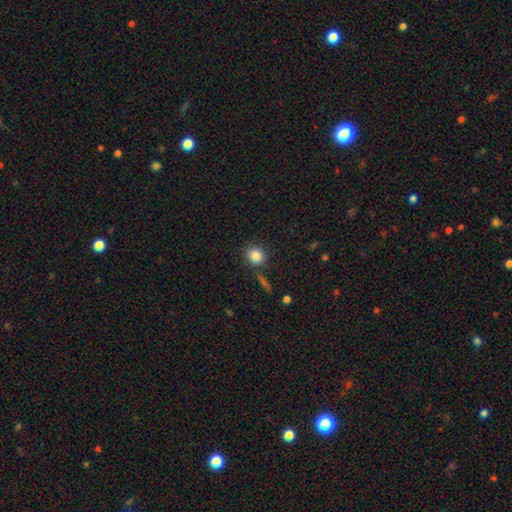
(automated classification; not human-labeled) Smooth or featured?
  - smooth: 85% *
  - star or artifact: 10%
  - featured or disk: 6%
How rounded?
  - round: 83% *
  - in between: 16%
  - cigar-shaped: 1%
Merging?
  - none: 81% *
  - minor disturbance: 9%
  - merger: 6%
  - major disturbance: 3%